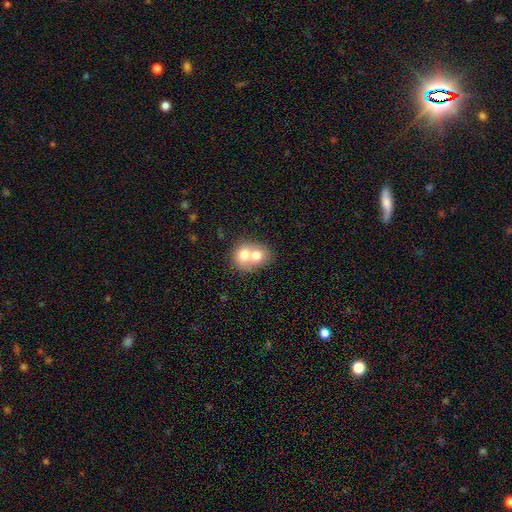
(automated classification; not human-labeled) A smooth galaxy with no disk features (68%) that is round (61%).

Vote fractions:
- Smooth or featured? smooth: 68% / featured or disk: 24% / star or artifact: 8%
- How rounded? round: 61% / in between: 39% / cigar-shaped: 1%
- Merging? merger: 74% / none: 19% / minor disturbance: 5% / major disturbance: 2%